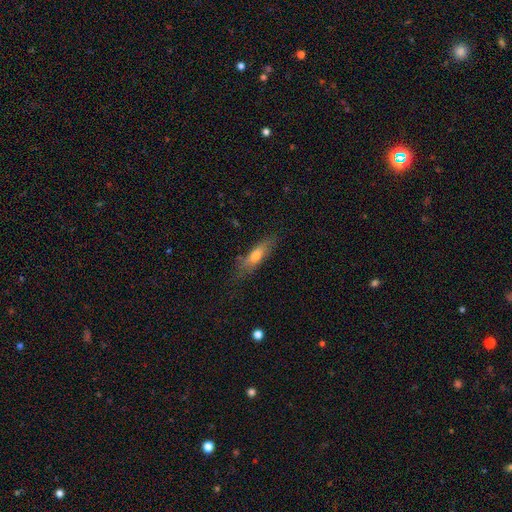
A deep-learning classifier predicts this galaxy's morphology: Smooth or featured? Predicted: smooth (p=0.67). How rounded? Predicted: cigar-shaped (p=0.49). Merging? Predicted: none (p=0.69).